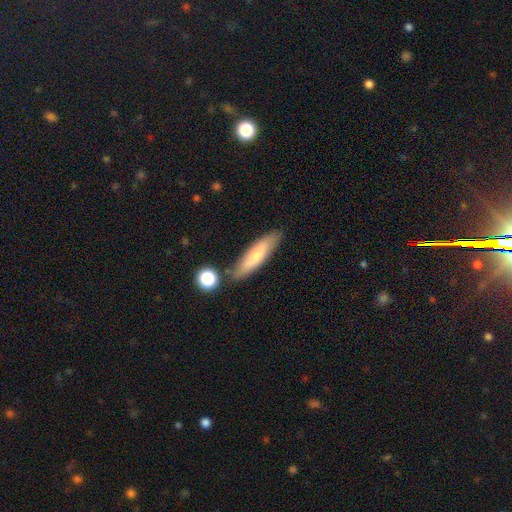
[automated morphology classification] Q: Smooth or featured?
A: smooth (71%); runner-up: featured or disk (22%)
Q: How rounded?
A: cigar-shaped (72%); runner-up: in between (26%)
Q: Merging?
A: none (78%); runner-up: minor disturbance (13%)